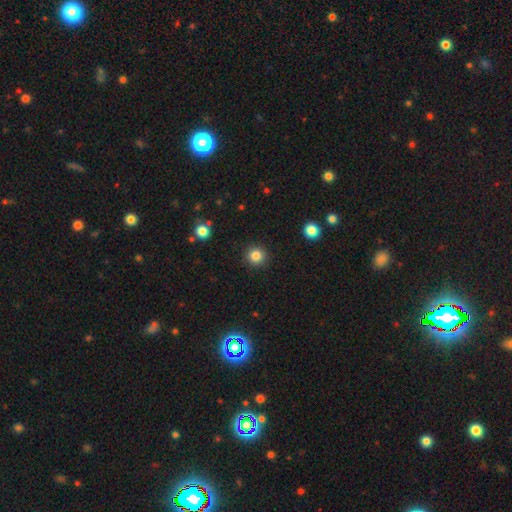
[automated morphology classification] A smooth galaxy with no disk features (84%) that is round (94%). Merging: none (92%).